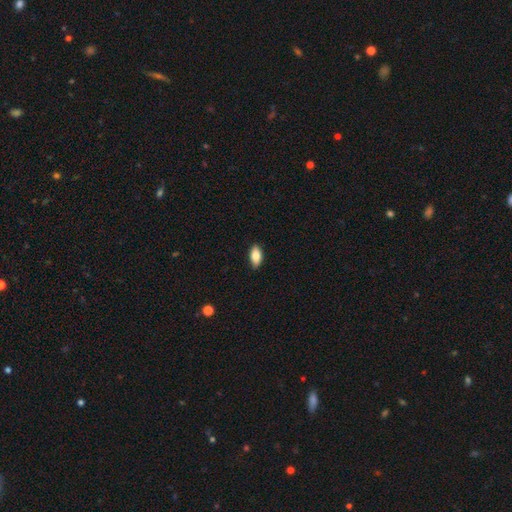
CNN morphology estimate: Overall: smooth (82%). How rounded: in between (91%). Merging: none (88%).